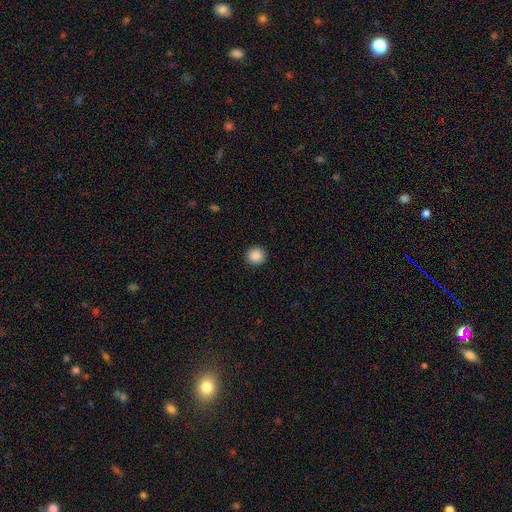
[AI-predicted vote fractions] Smooth or featured? Predicted: smooth (p=0.88). How rounded? Predicted: round (p=0.92). Merging? Predicted: none (p=0.92).